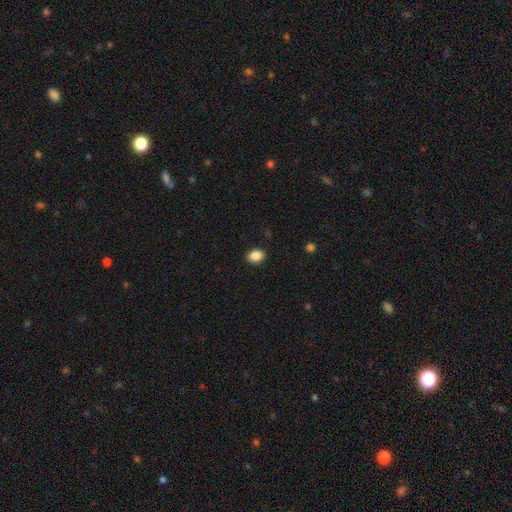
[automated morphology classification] Smooth or featured?
  - smooth: 88% *
  - star or artifact: 9%
  - featured or disk: 4%
How rounded?
  - in between: 66% *
  - round: 33%
  - cigar-shaped: 1%
Merging?
  - none: 89% *
  - minor disturbance: 8%
  - major disturbance: 2%
  - merger: 1%